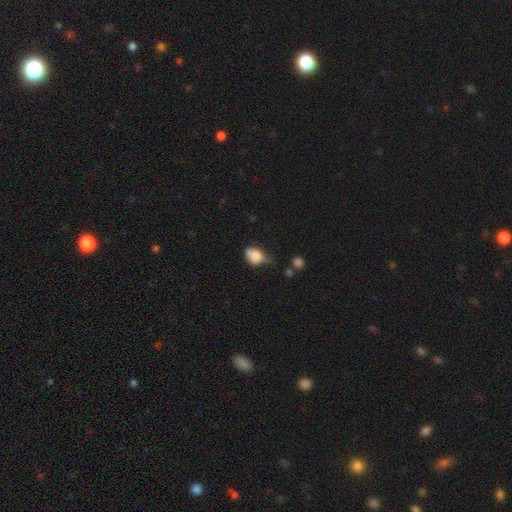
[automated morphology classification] smooth_or_featured: smooth (p=0.79) [alt: featured or disk p=0.12]
how_rounded: in between (p=0.69) [alt: round p=0.29]
merging: minor disturbance (p=0.46) [alt: none p=0.34]